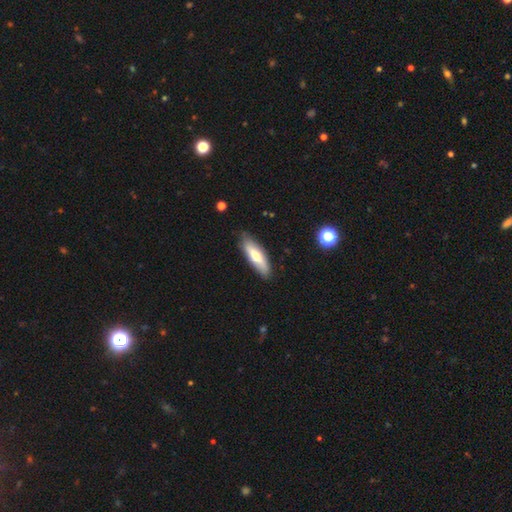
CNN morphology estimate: type=smooth (61%); roundness=in between (50%); merging=none (82%).